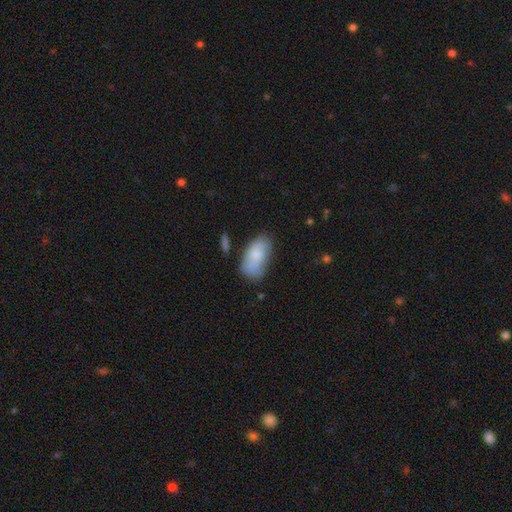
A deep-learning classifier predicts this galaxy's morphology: This is likely a smooth galaxy (77%). How rounded: clearly in between (93%). Merging: possibly none (57%).